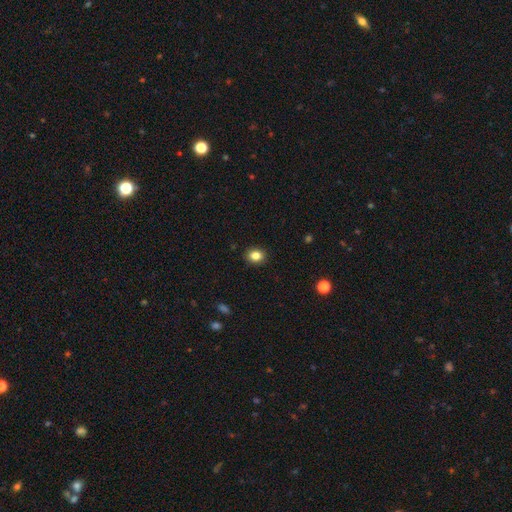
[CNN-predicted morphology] A smooth galaxy with no disk features (83%) that is round (52%). Merging: none (90%).